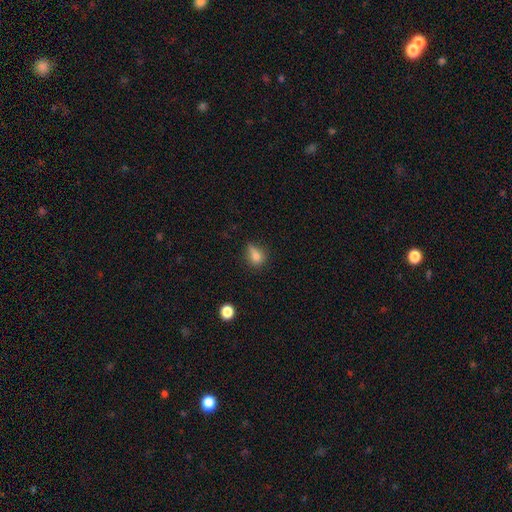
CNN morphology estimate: This appears to be a smooth galaxy with no disk features (77%) that is round (55%). Merging: none (48%).